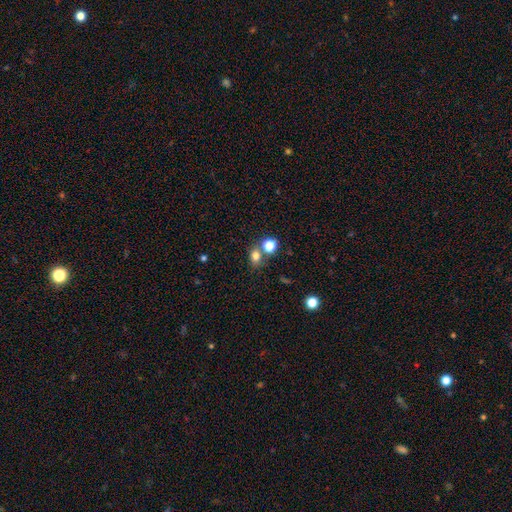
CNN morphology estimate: Smooth or featured? smooth (76%)
How rounded? round (50%)
Merging? none (59%)